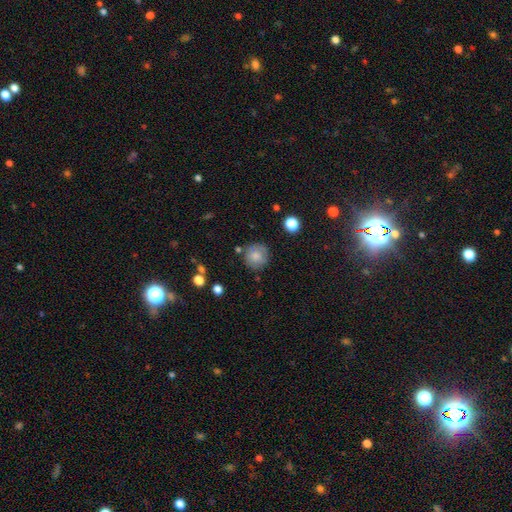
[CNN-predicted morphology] Smooth or featured? smooth (77%)
How rounded? round (92%)
Merging? none (79%)